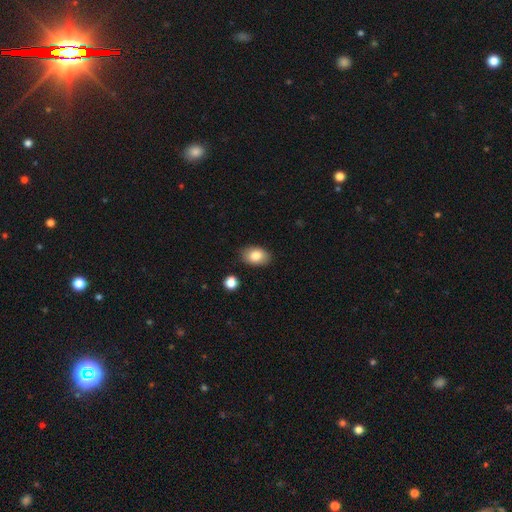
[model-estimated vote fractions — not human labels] A smooth galaxy with no disk features (84%) that is in between round and cigar-shaped (87%).

Vote fractions:
- Smooth or featured? smooth: 84% / featured or disk: 8% / star or artifact: 8%
- How rounded? in between: 87% / round: 12% / cigar-shaped: 1%
- Merging? none: 85% / minor disturbance: 11% / major disturbance: 2% / merger: 2%